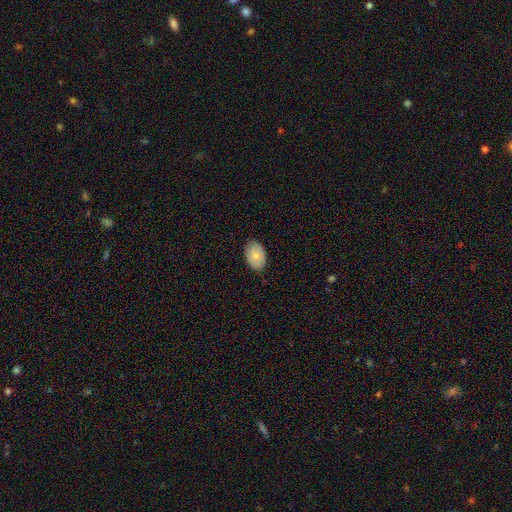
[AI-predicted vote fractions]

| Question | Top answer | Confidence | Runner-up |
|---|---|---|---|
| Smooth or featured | smooth | 76% | featured or disk (18%) |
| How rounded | in between | 89% | round (10%) |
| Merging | none | 85% | minor disturbance (12%) |